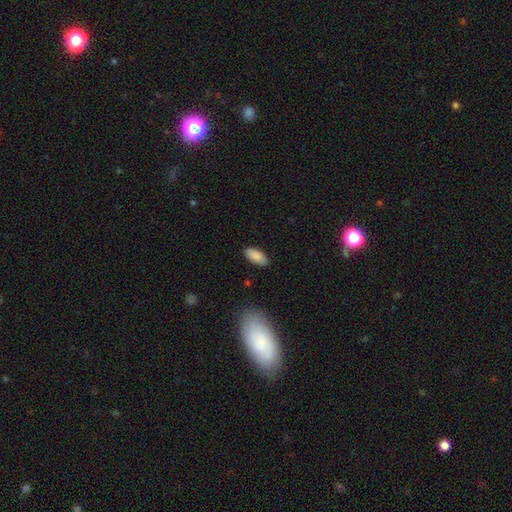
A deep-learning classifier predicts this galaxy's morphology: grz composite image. It shows a smooth galaxy with no disk features (87%) that is in between round and cigar-shaped (88%). Merging: none (86%).